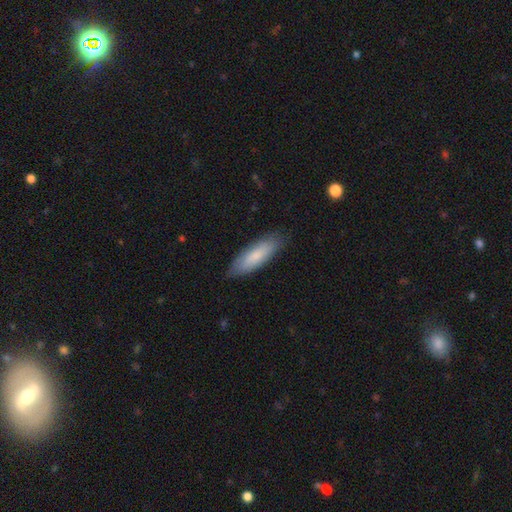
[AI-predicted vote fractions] Overall: smooth (77%). How rounded: cigar-shaped (50%; in between 49%). Merging: none (84%).